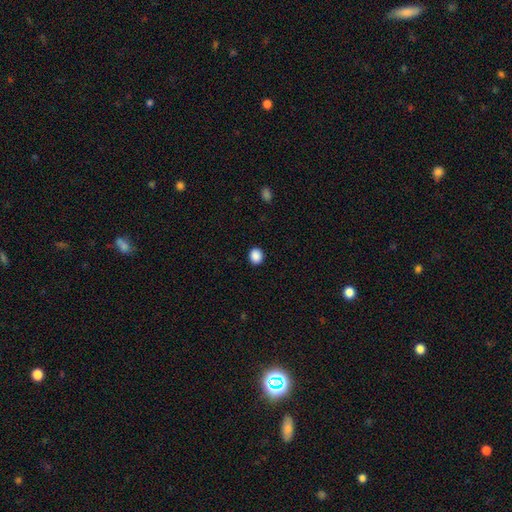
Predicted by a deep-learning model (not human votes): Smooth or featured? smooth (89%)
How rounded? round (76%)
Merging? none (92%)